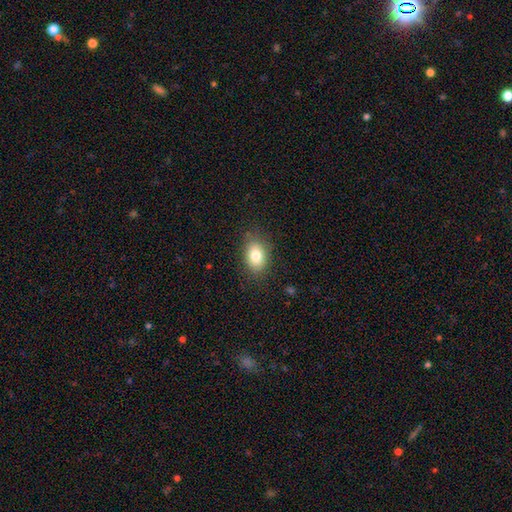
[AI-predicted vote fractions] A smooth galaxy with no disk features (81%) that is in between round and cigar-shaped (80%). Merging: none (83%).